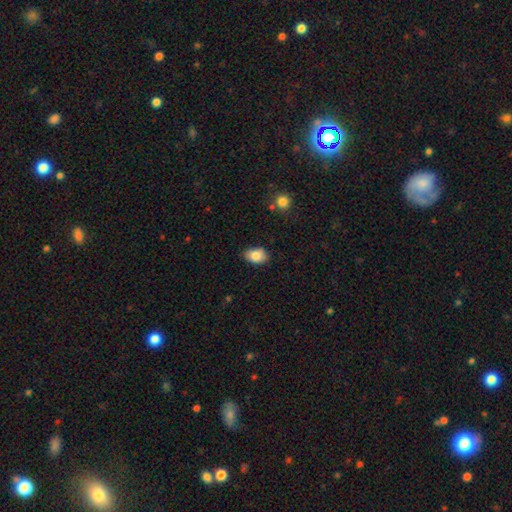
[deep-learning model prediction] smooth_or_featured: smooth (p=0.84) [alt: star or artifact p=0.08]
how_rounded: in between (p=0.83) [alt: round p=0.16]
merging: none (p=0.76) [alt: minor disturbance p=0.19]